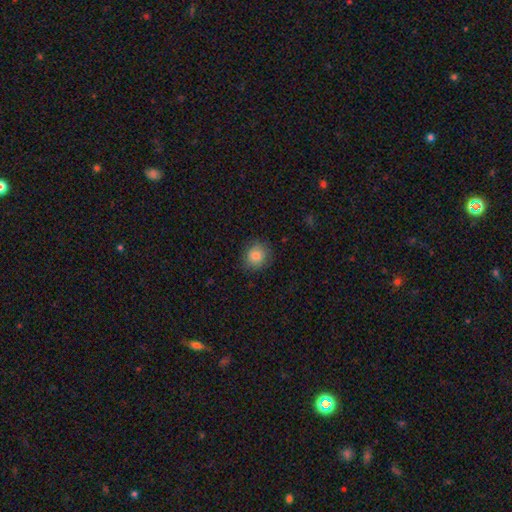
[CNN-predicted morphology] The model was most divided on "how rounded": round: 83%, in between: 16%, cigar-shaped: 1%. More confident: merging — none (84%); smooth or featured — smooth (84%).